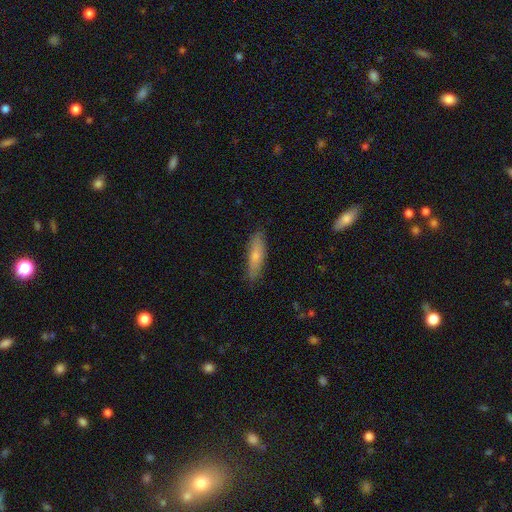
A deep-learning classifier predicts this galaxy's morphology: A smooth galaxy with no disk features (69%) that is cigar-shaped (64%). Merging: none (83%).